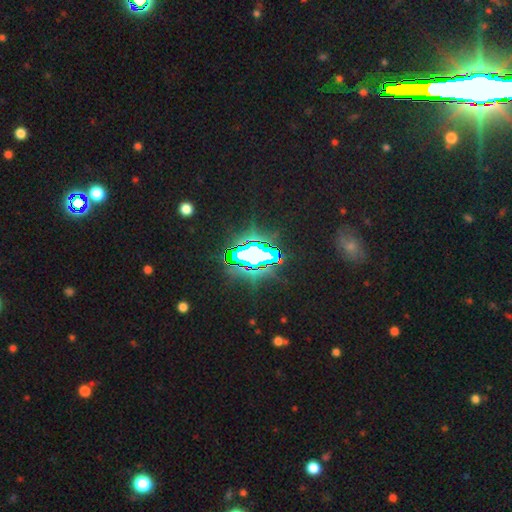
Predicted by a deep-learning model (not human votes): Smooth or featured?
  - star or artifact: 76% *
  - smooth: 13%
  - featured or disk: 10%